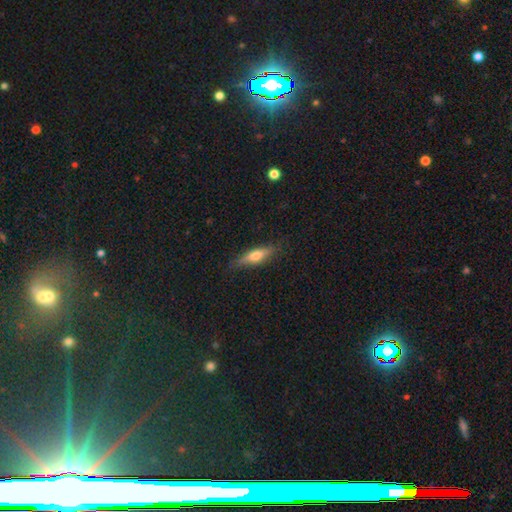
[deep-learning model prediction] A smooth galaxy with no disk features (51%) that is cigar-shaped (64%).

Vote fractions:
- Smooth or featured? smooth: 51% / featured or disk: 42% / star or artifact: 7%
- How rounded? cigar-shaped: 64% / in between: 33% / round: 3%
- Merging? none: 83% / minor disturbance: 13% / major disturbance: 3% / merger: 1%